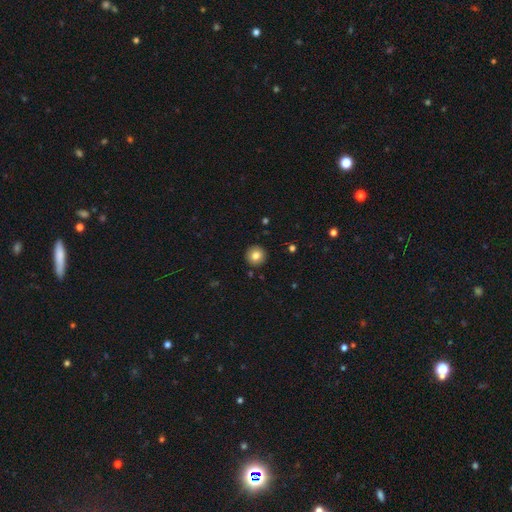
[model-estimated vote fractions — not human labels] A smooth galaxy with no disk features (82%) that is round (95%). Merging: none (92%).